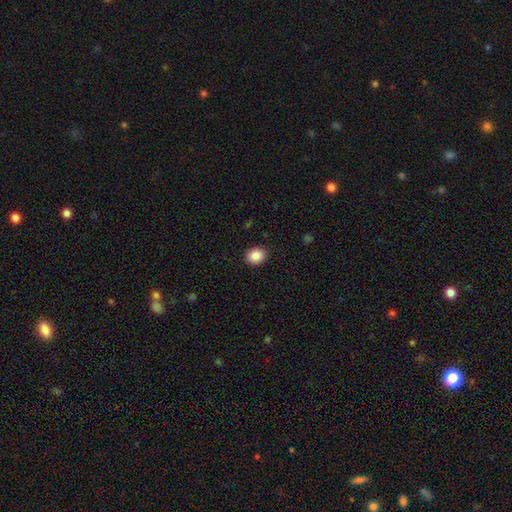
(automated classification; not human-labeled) Smooth or featured: smooth — 87% (star or artifact — 9%)
How rounded: round — 56% (in between — 43%)
Merging: none — 90% (minor disturbance — 7%)